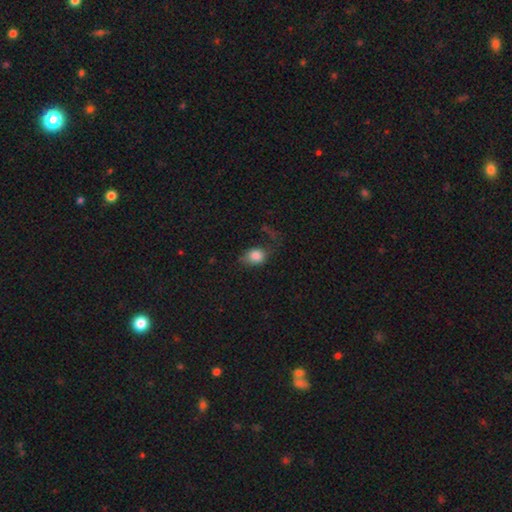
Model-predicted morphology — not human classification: This is clearly a smooth galaxy (82%). How rounded: possibly in between (57%). Merging: marginally none (45%).